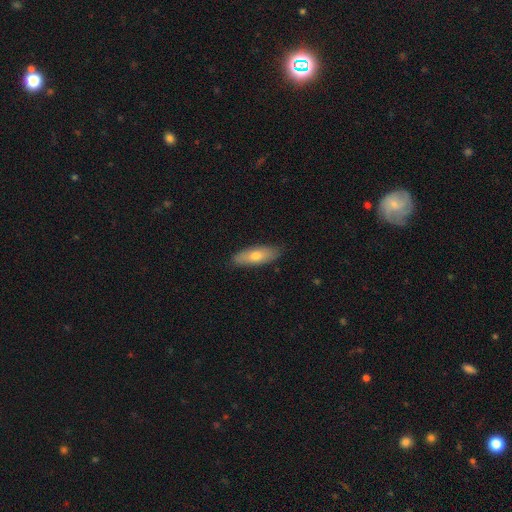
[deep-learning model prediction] Smooth or featured: smooth — 68% (featured or disk — 26%)
How rounded: in between — 62% (cigar-shaped — 36%)
Merging: none — 84% (minor disturbance — 12%)